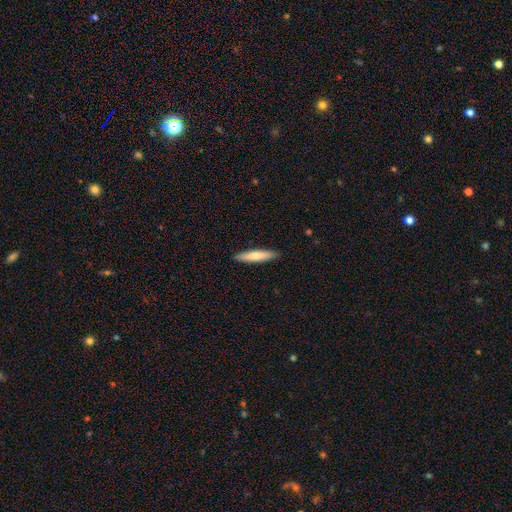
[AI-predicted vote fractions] smooth_or_featured: smooth (p=0.71) [alt: featured or disk p=0.24]
how_rounded: cigar-shaped (p=0.88) [alt: in between p=0.11]
merging: none (p=0.91) [alt: minor disturbance p=0.07]